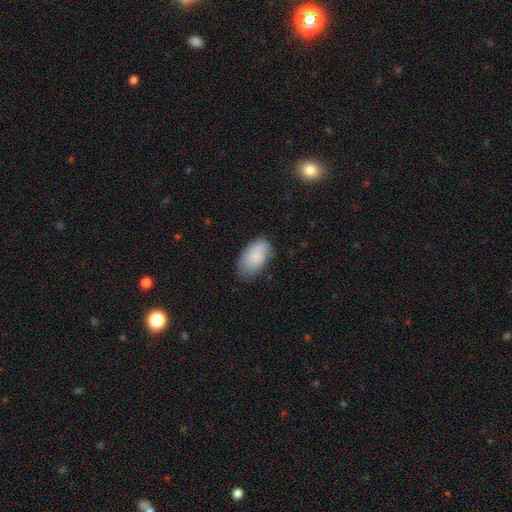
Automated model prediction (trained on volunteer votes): This appears to be a smooth galaxy with no disk features (86%) that is in between round and cigar-shaped (94%). Merging: none (74%).